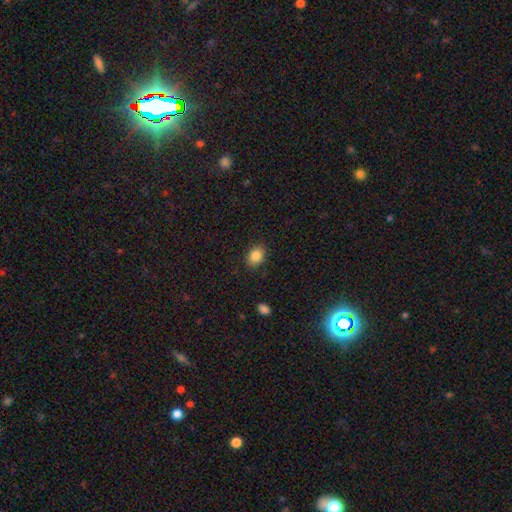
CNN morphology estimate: This is clearly a smooth galaxy (85%). How rounded: likely in between (61%). Merging: clearly none (86%).